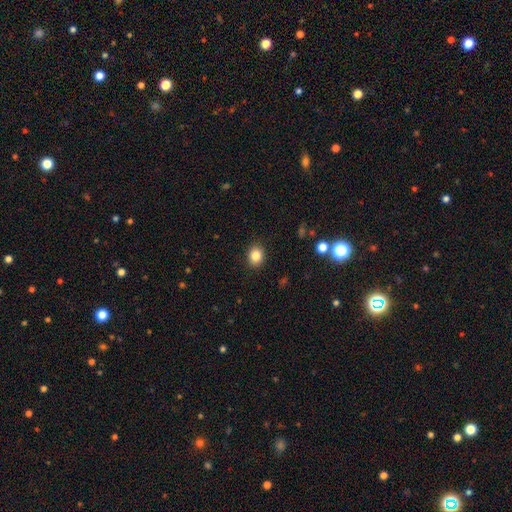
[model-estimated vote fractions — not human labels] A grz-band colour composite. It shows a smooth galaxy with no disk features (84%) that is round (60%). Merging: none (90%).